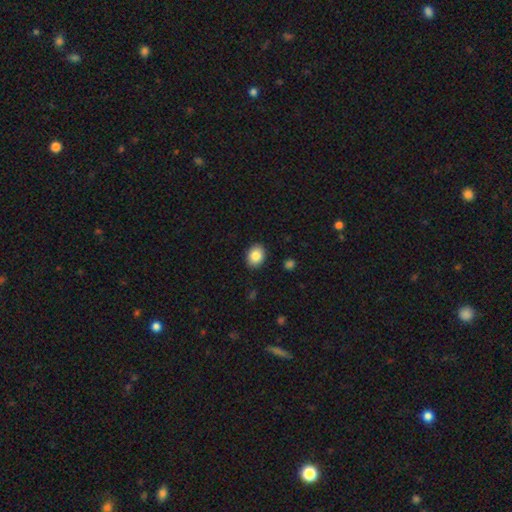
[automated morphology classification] This is clearly a smooth galaxy (86%). How rounded: likely in between (60%). Merging: clearly none (90%).